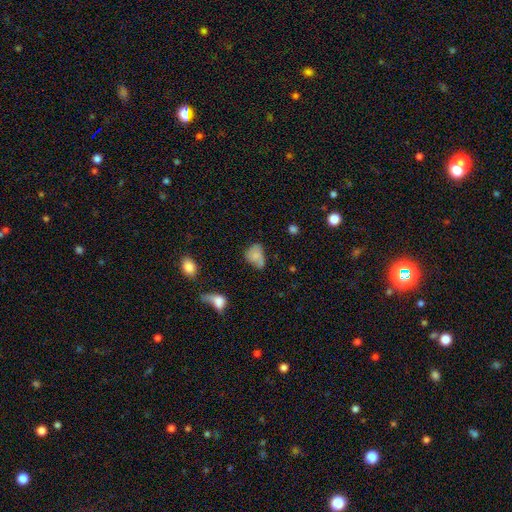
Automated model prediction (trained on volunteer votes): Smooth or featured?
  - smooth: 65% *
  - featured or disk: 25%
  - star or artifact: 11%
How rounded?
  - in between: 72% *
  - round: 27%
  - cigar-shaped: 2%
Merging?
  - none: 38% *
  - minor disturbance: 32%
  - major disturbance: 20%
  - merger: 11%